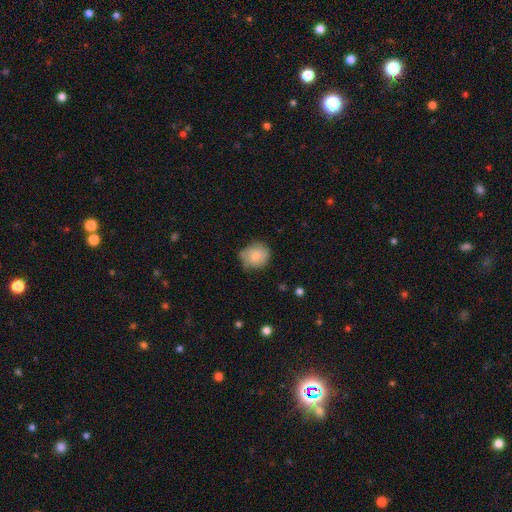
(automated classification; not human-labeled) This is likely a smooth galaxy (75%). How rounded: likely round (75%). Merging: possibly none (58%).